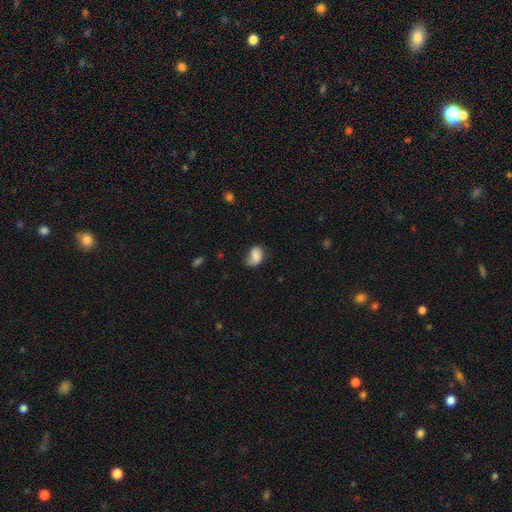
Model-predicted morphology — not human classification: Smooth or featured? smooth (69%)
How rounded? in between (75%)
Merging? none (43%)